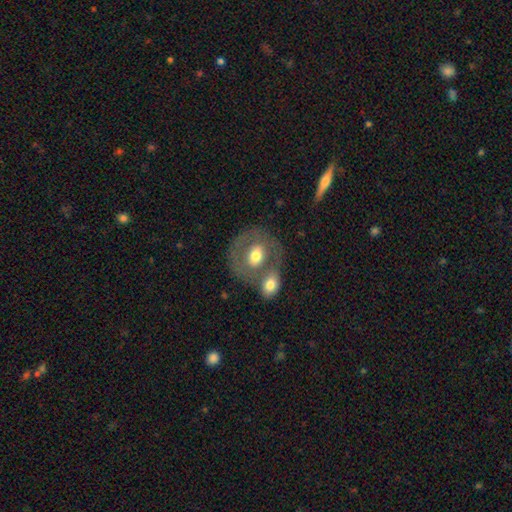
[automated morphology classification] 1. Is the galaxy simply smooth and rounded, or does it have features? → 49% smooth, 44% featured or disk, 7% star or artifact.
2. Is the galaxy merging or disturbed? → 48% none, 34% merger, 11% minor disturbance, 7% major disturbance.